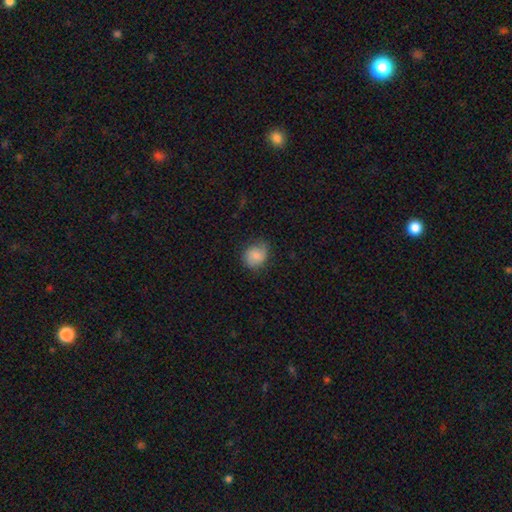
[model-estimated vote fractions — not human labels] smooth-or-featured: smooth: 75% | featured or disk: 17% | star or artifact: 8%
  how-rounded: round: 67% | in between: 32% | cigar-shaped: 1%
  merging: none: 68% | minor disturbance: 24% | major disturbance: 6% | merger: 1%